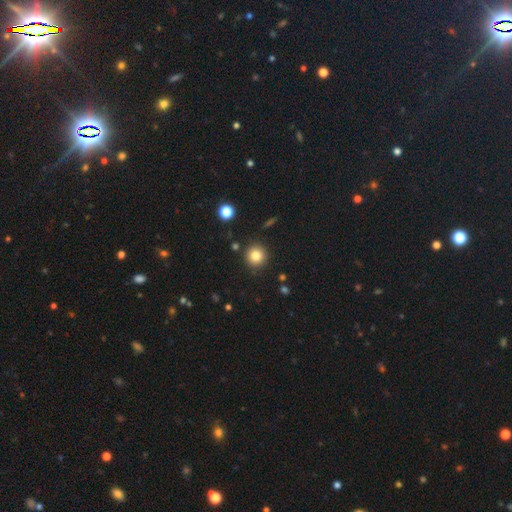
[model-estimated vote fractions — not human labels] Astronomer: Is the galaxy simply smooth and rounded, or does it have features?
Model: smooth — 82%.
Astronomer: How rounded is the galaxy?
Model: round — 93%.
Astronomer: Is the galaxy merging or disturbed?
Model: none — 89%.